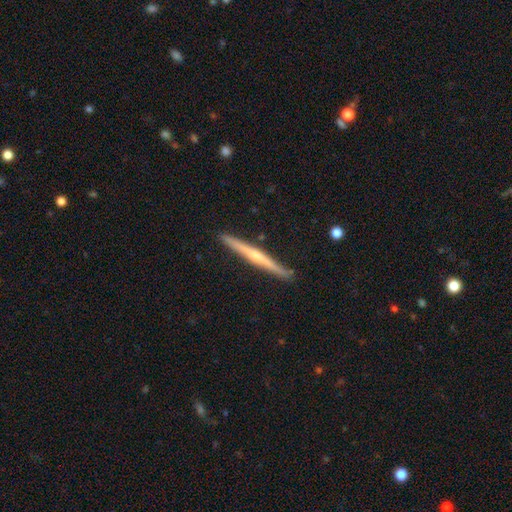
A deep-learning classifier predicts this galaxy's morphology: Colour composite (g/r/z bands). It shows a featured or disk galaxy (68%) viewed edge-on (98%) with a rounded central bulge (61%). Merging: none (90%).